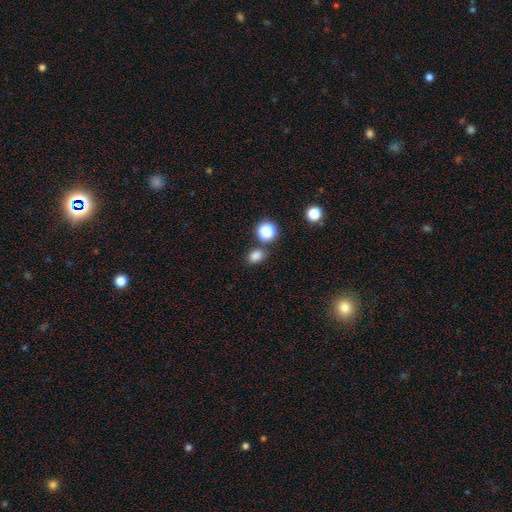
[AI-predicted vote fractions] Smooth or featured? Predicted: smooth (p=0.80). How rounded? Predicted: in between (p=0.60). Merging? Predicted: none (p=0.76).